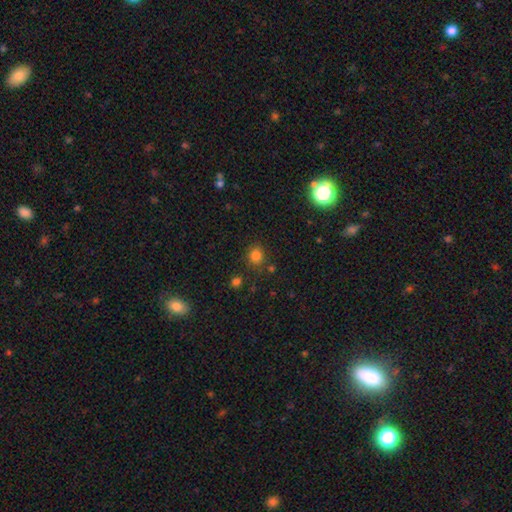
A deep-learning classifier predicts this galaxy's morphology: Smooth or featured?
  - smooth: 81% *
  - star or artifact: 15%
  - featured or disk: 5%
How rounded?
  - round: 79% *
  - in between: 20%
  - cigar-shaped: 1%
Merging?
  - none: 80% *
  - minor disturbance: 11%
  - merger: 5%
  - major disturbance: 4%